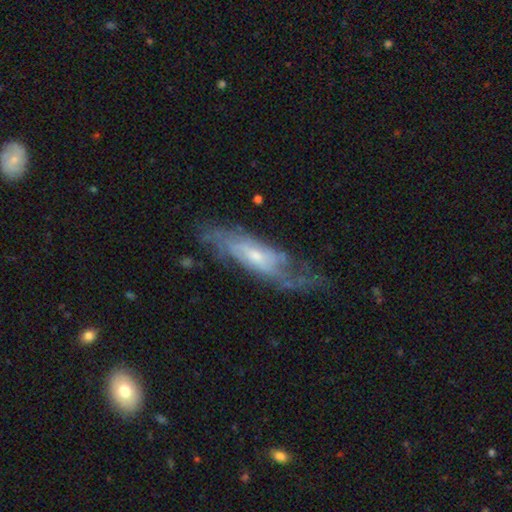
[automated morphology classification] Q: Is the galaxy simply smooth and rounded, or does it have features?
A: featured or disk — 75%.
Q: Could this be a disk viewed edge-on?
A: no — 74%.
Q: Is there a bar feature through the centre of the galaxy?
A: no — 60%.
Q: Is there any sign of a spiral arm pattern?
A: yes — 84%.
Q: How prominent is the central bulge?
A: small — 51%.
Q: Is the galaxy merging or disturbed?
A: none — 57%.